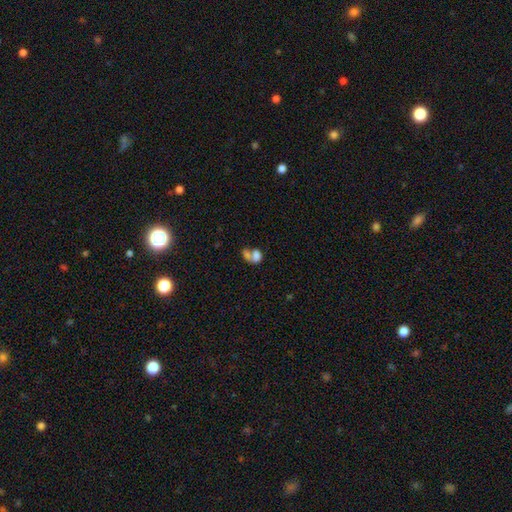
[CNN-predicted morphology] Q: Smooth or featured?
A: smooth (70%); runner-up: featured or disk (19%)
Q: How rounded?
A: in between (76%); runner-up: round (22%)
Q: Merging?
A: merger (65%); runner-up: none (18%)